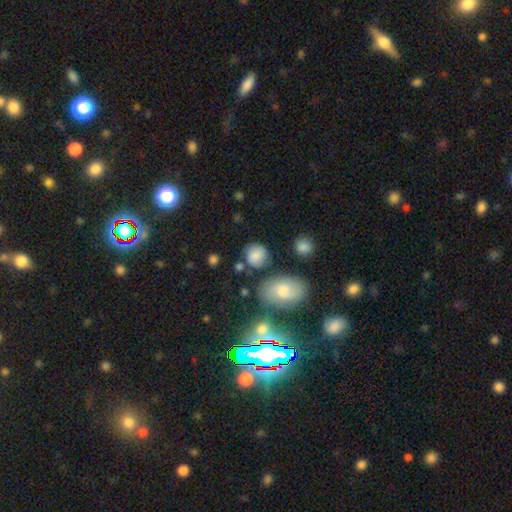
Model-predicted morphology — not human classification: The model was most divided on "how rounded": round: 75%, in between: 24%, cigar-shaped: 1%. More confident: smooth or featured — smooth (78%); merging — none (71%).